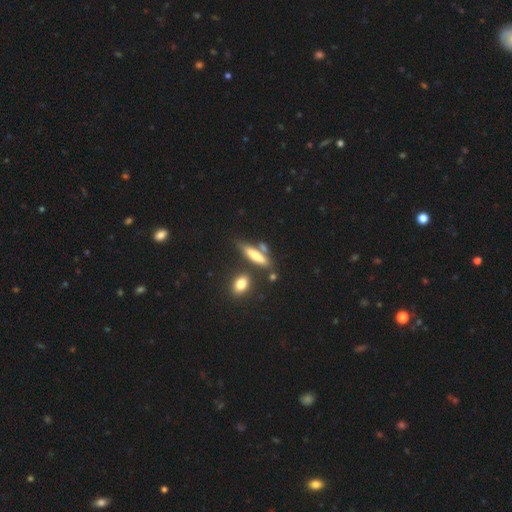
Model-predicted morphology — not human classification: type=smooth (66%); roundness=cigar-shaped (75%); merging=none (69%).